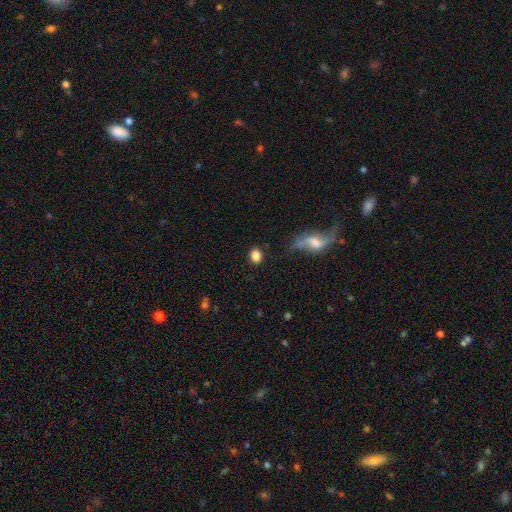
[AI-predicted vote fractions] A smooth galaxy with no disk features (84%) that is in between round and cigar-shaped (66%). Merging: none (80%).